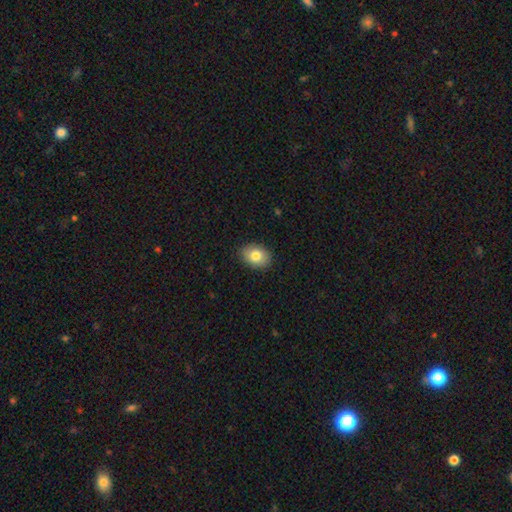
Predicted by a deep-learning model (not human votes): Smooth or featured?
  - smooth: 82% *
  - featured or disk: 10%
  - star or artifact: 8%
How rounded?
  - in between: 74% *
  - round: 25%
  - cigar-shaped: 1%
Merging?
  - none: 89% *
  - minor disturbance: 8%
  - major disturbance: 2%
  - merger: 1%